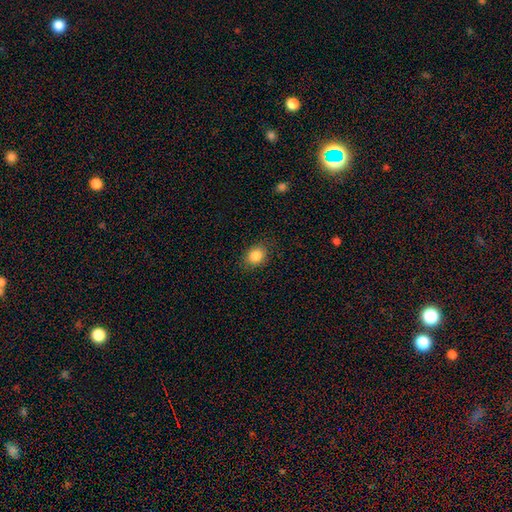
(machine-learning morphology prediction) A smooth galaxy with no disk features (86%) that is in between round and cigar-shaped (51%).

Vote fractions:
- Smooth or featured? smooth: 86% / star or artifact: 9% / featured or disk: 5%
- How rounded? in between: 51% / round: 48% / cigar-shaped: 1%
- Merging? none: 85% / minor disturbance: 10% / major disturbance: 3% / merger: 1%